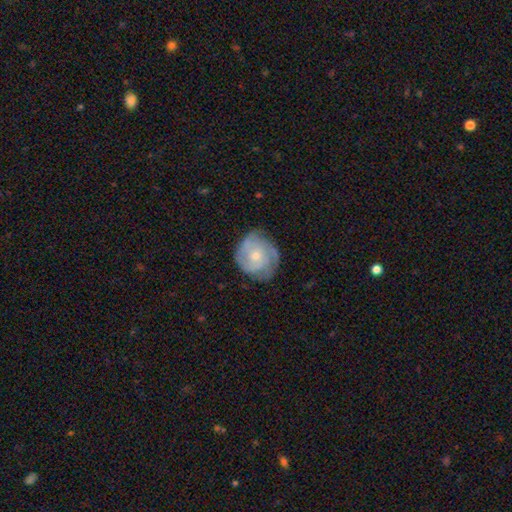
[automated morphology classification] Q: Smooth or featured?
A: featured or disk (63%); runner-up: smooth (31%)
Q: Edge-on disk?
A: no (97%); runner-up: yes (3%)
Q: Bar?
A: no (78%); runner-up: weak (20%)
Q: Spiral arms?
A: yes (84%); runner-up: no (16%)
Q: Spiral winding?
A: tight (57%); runner-up: medium (32%)
Q: Spiral arm count?
A: can't tell (37%); runner-up: 3 (26%)
Q: Bulge size?
A: moderate (52%); runner-up: small (42%)
Q: Merging?
A: none (66%); runner-up: minor disturbance (25%)